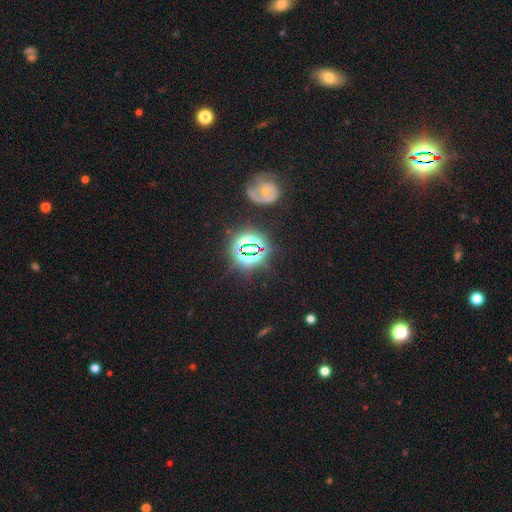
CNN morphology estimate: Smooth or featured? Predicted: star or artifact (p=0.70).